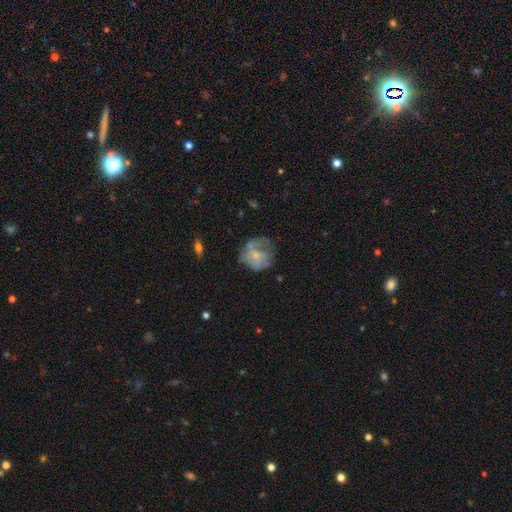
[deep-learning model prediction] Smooth or featured? featured or disk (46%)
Merging? none (44%)